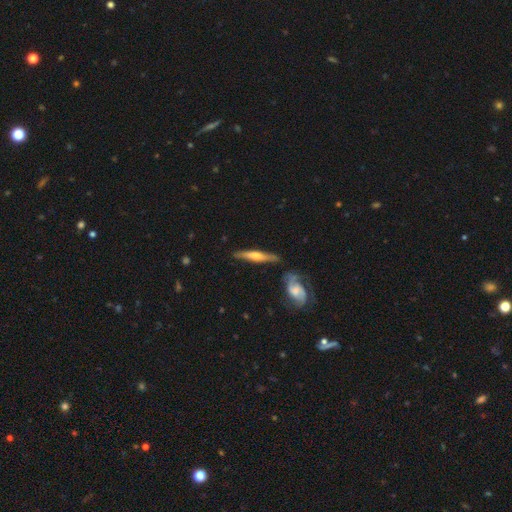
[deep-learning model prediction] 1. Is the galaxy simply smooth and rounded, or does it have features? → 61% featured or disk, 33% smooth, 6% star or artifact.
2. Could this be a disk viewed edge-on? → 87% yes, 13% no.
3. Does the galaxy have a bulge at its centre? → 72% rounded, 16% none, 13% boxy.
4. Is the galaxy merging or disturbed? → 76% none, 15% minor disturbance, 6% merger, 4% major disturbance.